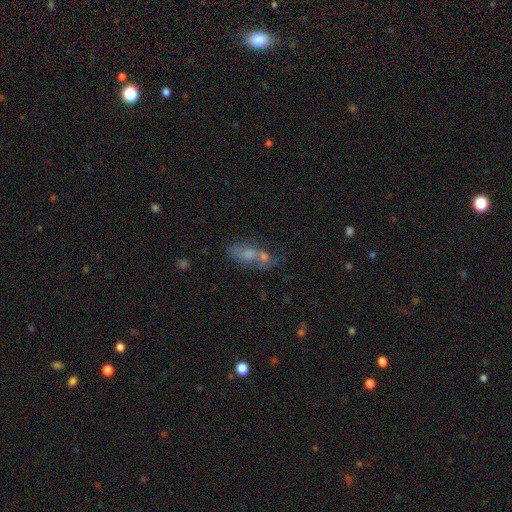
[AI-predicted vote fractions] smooth-or-featured: smooth: 50% | featured or disk: 29% | star or artifact: 21%
  merging: none: 48% | merger: 30% | minor disturbance: 14% | major disturbance: 8%